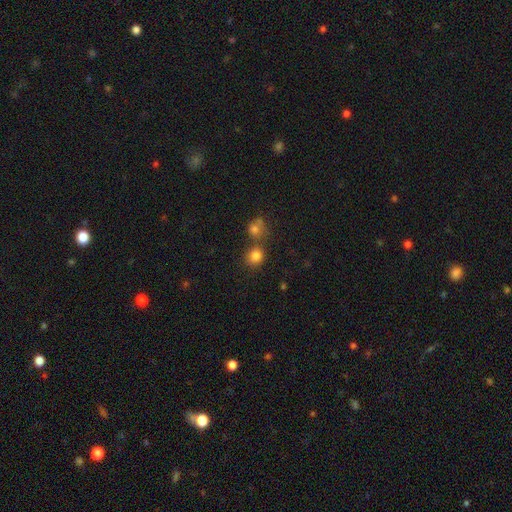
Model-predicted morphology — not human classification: Overall: smooth (81%). How rounded: round (81%). Merging: none (61%; merger 25%).